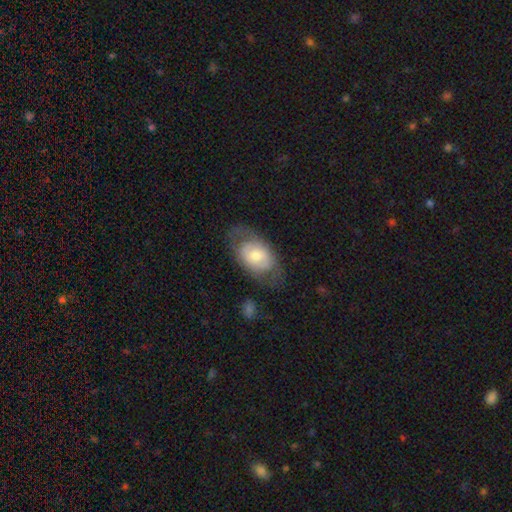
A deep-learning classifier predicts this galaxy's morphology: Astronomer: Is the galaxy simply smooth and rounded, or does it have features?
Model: smooth — 50% (runner-up: featured or disk, 44%).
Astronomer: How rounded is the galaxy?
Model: in between — 85%.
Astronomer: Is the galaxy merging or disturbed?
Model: none — 59%.